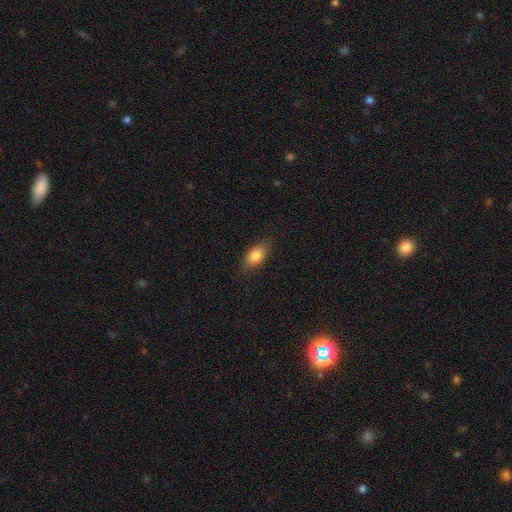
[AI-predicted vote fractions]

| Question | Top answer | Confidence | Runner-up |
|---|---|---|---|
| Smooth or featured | smooth | 82% | featured or disk (11%) |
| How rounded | in between | 86% | round (9%) |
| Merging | none | 82% | minor disturbance (14%) |